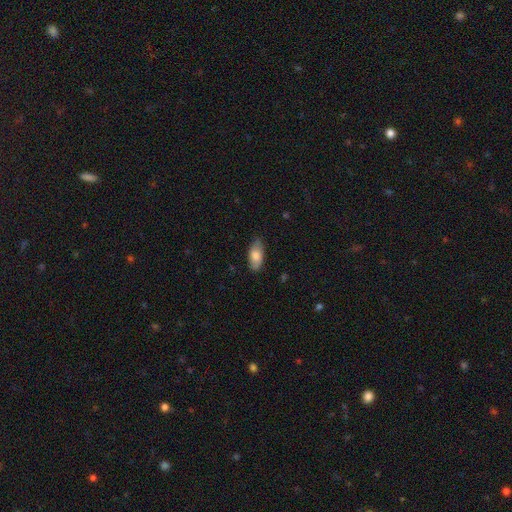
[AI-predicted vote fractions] This is likely a smooth galaxy (77%). How rounded: clearly in between (89%). Merging: clearly none (82%).